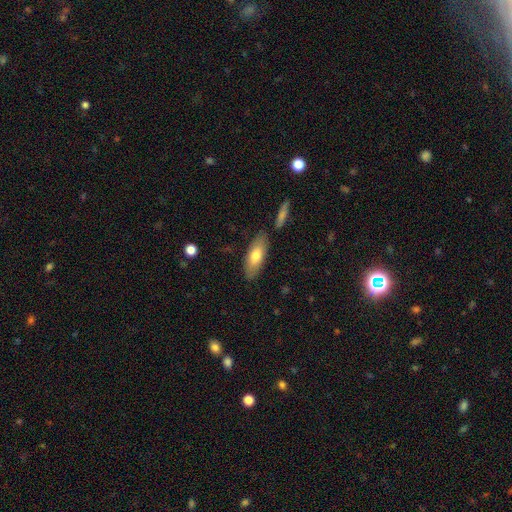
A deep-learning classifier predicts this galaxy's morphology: This appears to be a smooth galaxy with no disk features (72%) that is in between round and cigar-shaped (72%). Merging: none (81%).